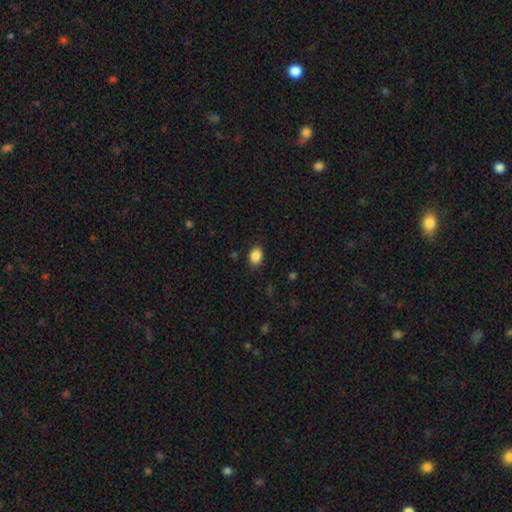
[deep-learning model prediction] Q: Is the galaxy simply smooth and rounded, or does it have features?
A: smooth — 87%.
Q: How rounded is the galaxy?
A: in between — 71%.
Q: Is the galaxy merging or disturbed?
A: none — 85%.